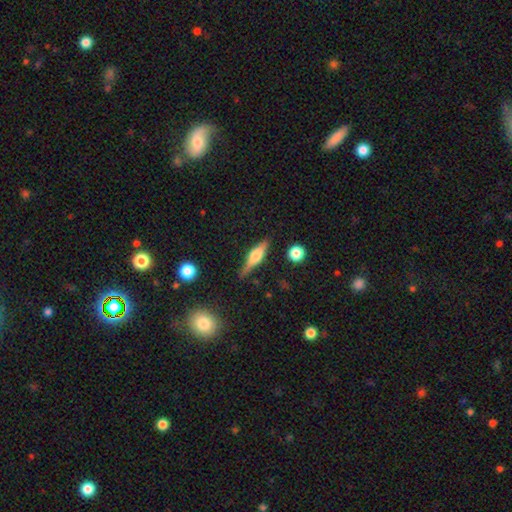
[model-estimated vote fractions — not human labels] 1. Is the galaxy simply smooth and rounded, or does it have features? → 59% featured or disk, 33% smooth, 7% star or artifact.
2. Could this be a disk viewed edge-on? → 95% yes, 5% no.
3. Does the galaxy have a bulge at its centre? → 84% rounded, 13% boxy, 3% none.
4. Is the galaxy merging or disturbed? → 80% none, 14% minor disturbance, 3% major disturbance, 2% merger.